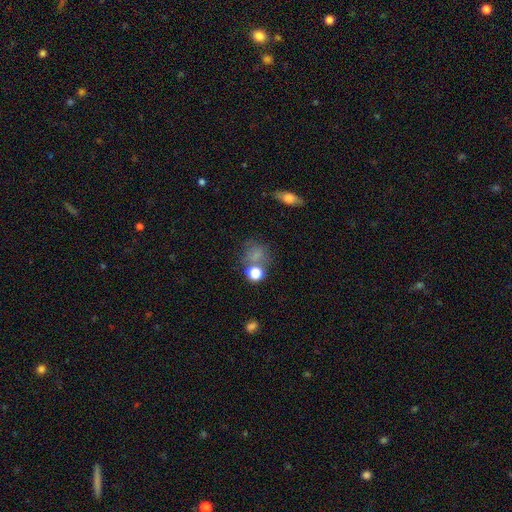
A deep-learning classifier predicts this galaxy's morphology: Smooth or featured? smooth (71%)
How rounded? round (71%)
Merging? none (52%)